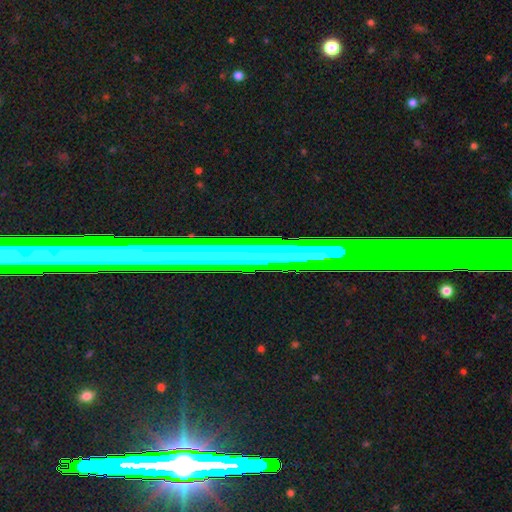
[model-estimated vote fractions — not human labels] Morphology: type=star or artifact (52%).